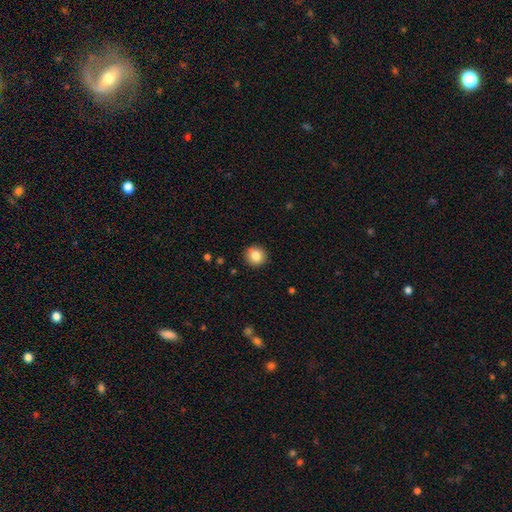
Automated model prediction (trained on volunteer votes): smooth_or_featured: smooth (p=0.84) [alt: star or artifact p=0.09]
how_rounded: round (p=0.91) [alt: in between p=0.08]
merging: none (p=0.91) [alt: minor disturbance p=0.06]